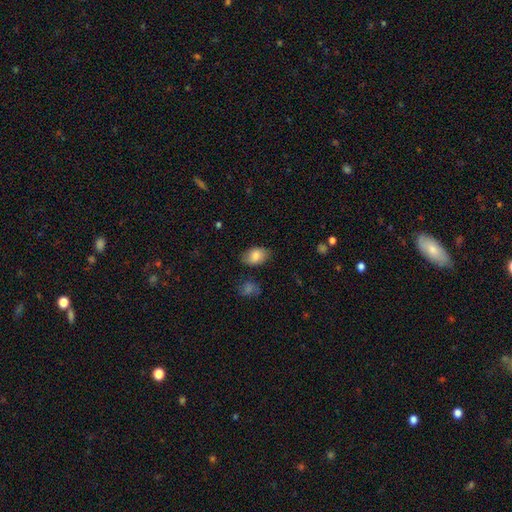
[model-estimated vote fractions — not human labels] smooth_or_featured: smooth (p=0.81) [alt: featured or disk p=0.11]
how_rounded: in between (p=0.87) [alt: round p=0.12]
merging: none (p=0.79) [alt: minor disturbance p=0.16]